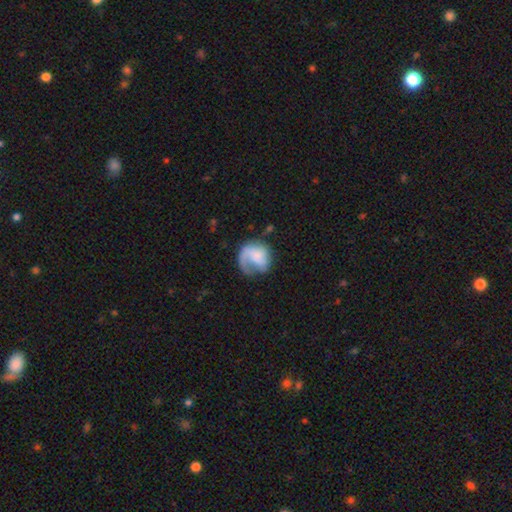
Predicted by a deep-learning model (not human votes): The model was most divided on "merging": none: 40%, major disturbance: 34%, minor disturbance: 22%, merger: 3%. Remaining: smooth or featured — featured or disk (49%).